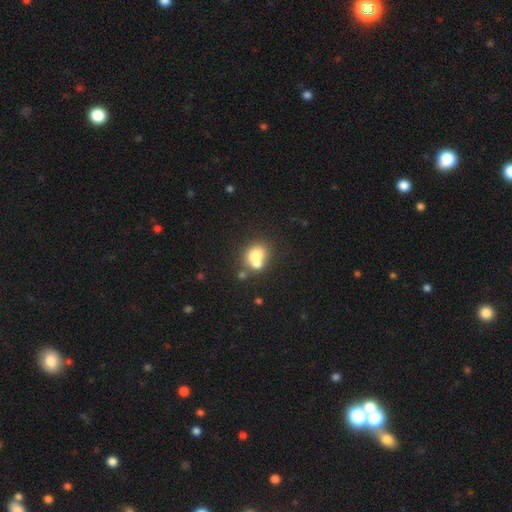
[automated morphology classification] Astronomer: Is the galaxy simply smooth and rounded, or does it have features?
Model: smooth — 70%.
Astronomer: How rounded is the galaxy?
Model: round — 67%.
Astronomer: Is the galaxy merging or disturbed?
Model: merger — 51% (runner-up: none, 38%).